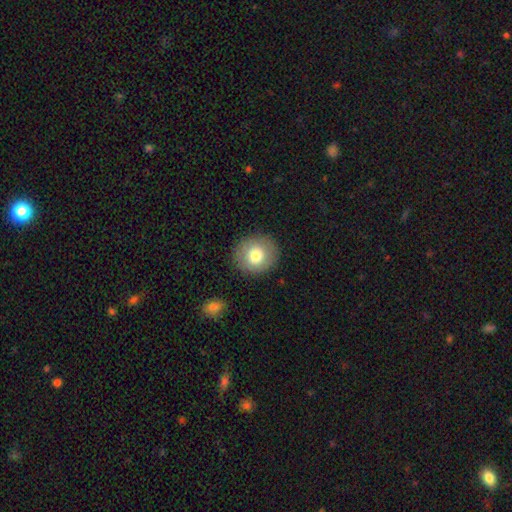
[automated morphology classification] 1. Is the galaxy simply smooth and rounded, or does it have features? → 77% smooth, 15% featured or disk, 9% star or artifact.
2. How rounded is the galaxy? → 88% round, 11% in between, 1% cigar-shaped.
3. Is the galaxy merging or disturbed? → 89% none, 8% minor disturbance, 3% major disturbance, 1% merger.